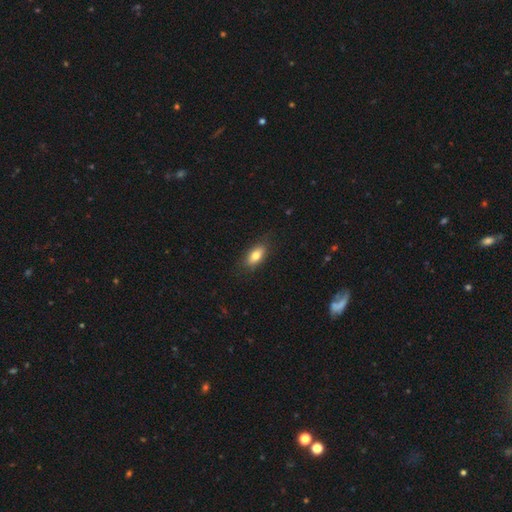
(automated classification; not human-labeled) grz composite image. It shows a smooth galaxy with no disk features (77%) that is in between round and cigar-shaped (85%). Merging: none (84%).